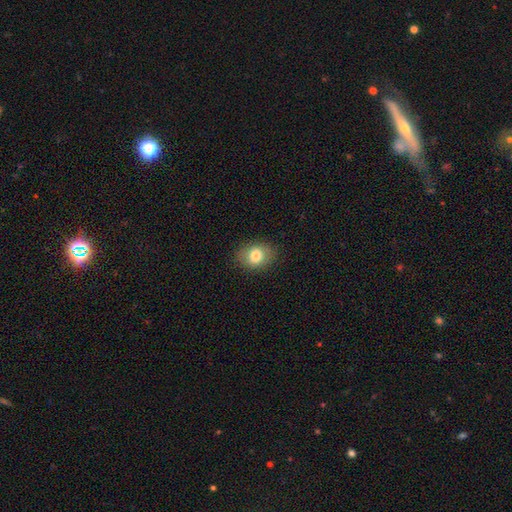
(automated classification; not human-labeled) This appears to be a smooth galaxy with no disk features (80%) that is in between round and cigar-shaped (57%). Merging: none (85%).